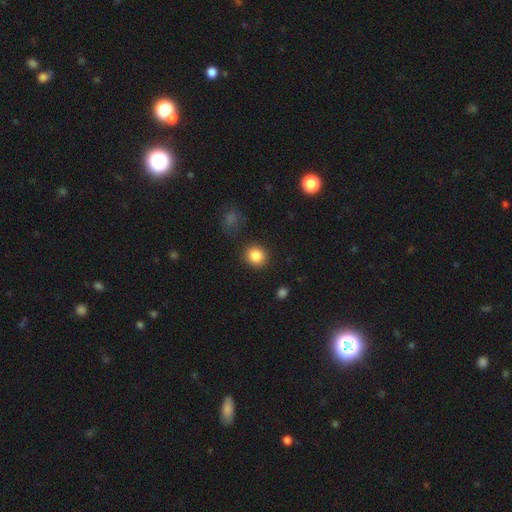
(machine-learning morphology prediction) Smooth or featured?
  - smooth: 85% *
  - star or artifact: 10%
  - featured or disk: 5%
How rounded?
  - round: 88% *
  - in between: 12%
  - cigar-shaped: 1%
Merging?
  - none: 88% *
  - minor disturbance: 7%
  - major disturbance: 3%
  - merger: 2%